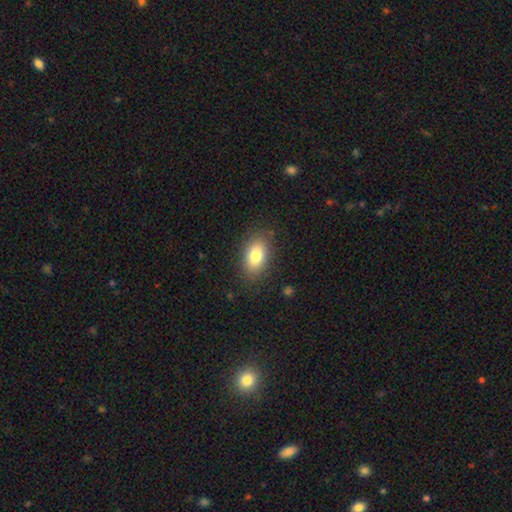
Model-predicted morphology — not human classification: type=smooth (80%); roundness=in between (88%); merging=none (84%).